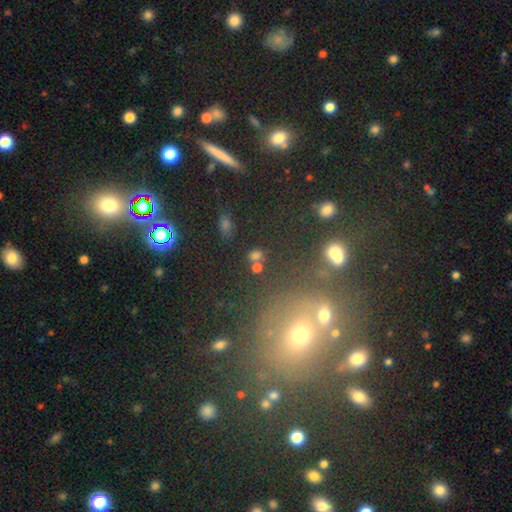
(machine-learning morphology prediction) type=smooth (65%); roundness=round (61%); merging=none (66%).